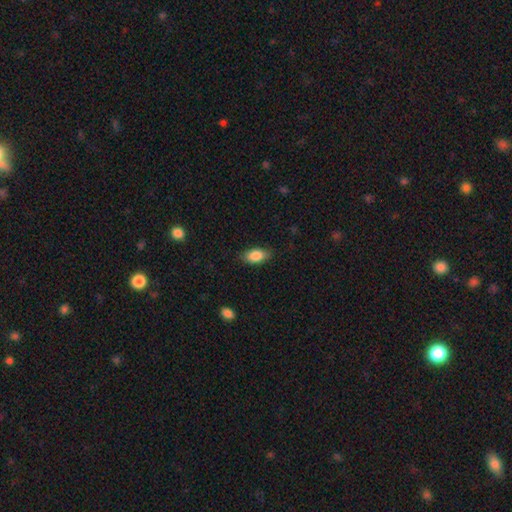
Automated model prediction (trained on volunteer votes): smooth_or_featured: smooth (p=0.86) [alt: featured or disk p=0.07]
how_rounded: in between (p=0.90) [alt: cigar-shaped p=0.06]
merging: none (p=0.83) [alt: minor disturbance p=0.13]